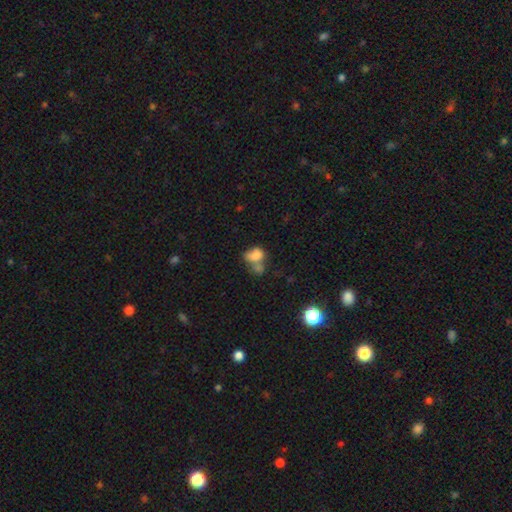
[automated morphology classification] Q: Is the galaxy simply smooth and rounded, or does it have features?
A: smooth — 70%.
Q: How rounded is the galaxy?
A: in between — 74%.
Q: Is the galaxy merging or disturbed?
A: merger — 51%.